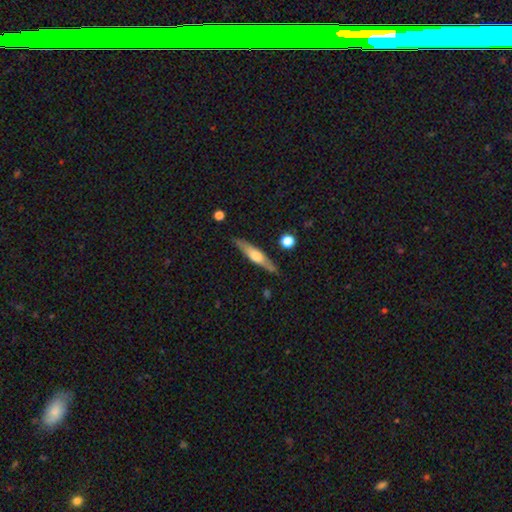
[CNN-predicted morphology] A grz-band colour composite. It shows a featured or disk galaxy (57%) viewed edge-on (94%) with a rounded central bulge (81%). Merging: none (86%).